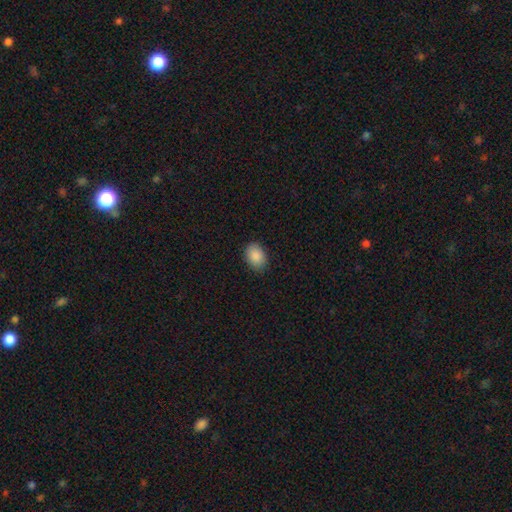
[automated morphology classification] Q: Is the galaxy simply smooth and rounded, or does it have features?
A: smooth — 89%.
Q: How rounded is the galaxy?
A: in between — 75%.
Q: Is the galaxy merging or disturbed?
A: none — 86%.